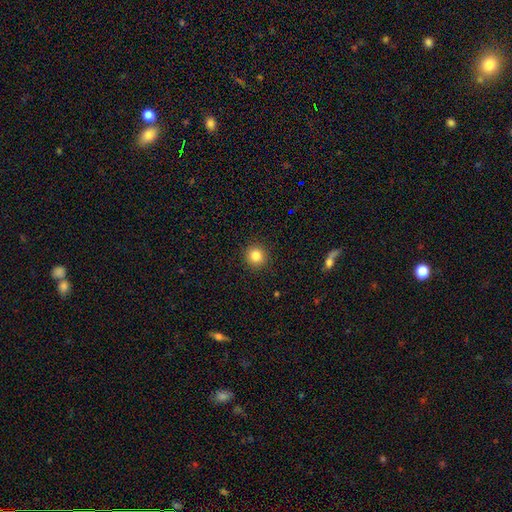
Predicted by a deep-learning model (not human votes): Overall: smooth (83%). How rounded: round (93%). Merging: none (92%).